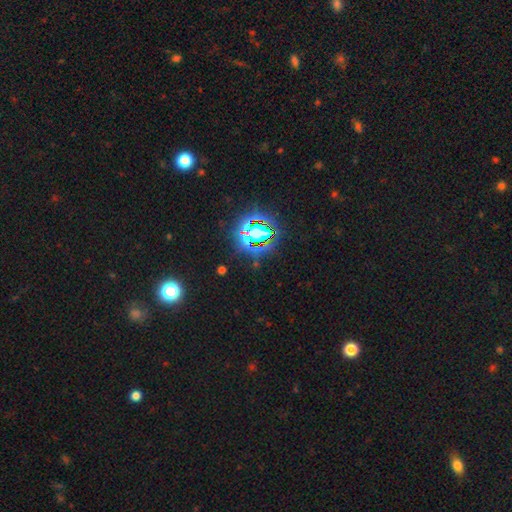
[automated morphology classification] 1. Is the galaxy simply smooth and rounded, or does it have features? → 81% star or artifact, 13% smooth, 7% featured or disk.